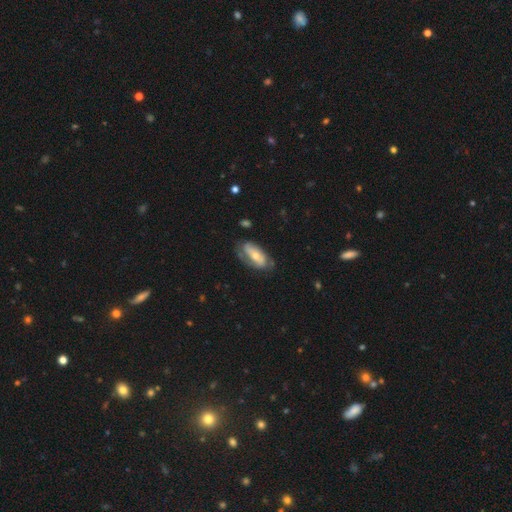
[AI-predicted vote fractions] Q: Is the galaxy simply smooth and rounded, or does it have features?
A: featured or disk — 54%.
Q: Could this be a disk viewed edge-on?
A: no — 88%.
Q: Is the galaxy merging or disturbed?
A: none — 56%.